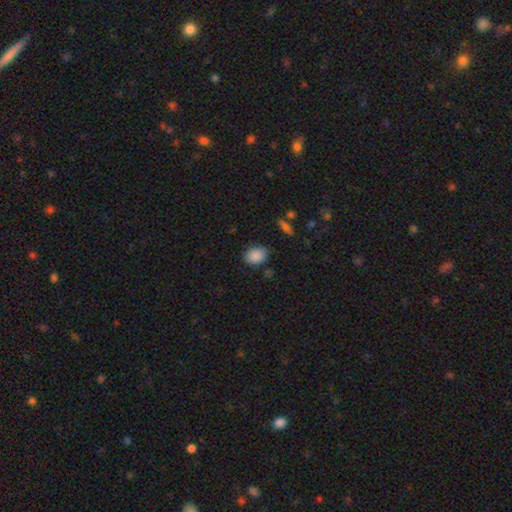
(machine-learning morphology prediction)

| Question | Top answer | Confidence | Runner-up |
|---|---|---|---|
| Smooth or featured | smooth | 88% | star or artifact (8%) |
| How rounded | in between | 74% | round (24%) |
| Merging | none | 81% | minor disturbance (14%) |